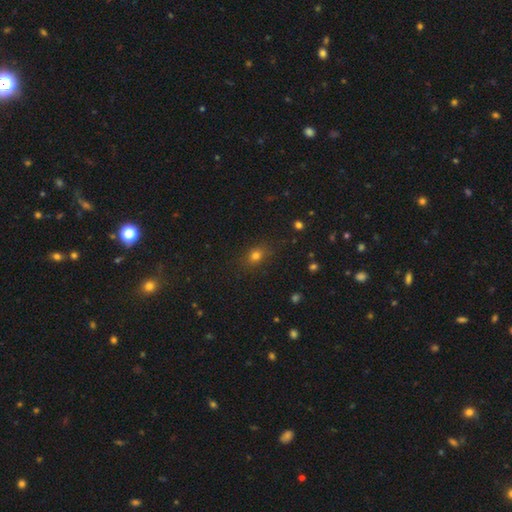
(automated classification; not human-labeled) Smooth or featured? smooth (76%)
How rounded? in between (52%)
Merging? none (82%)